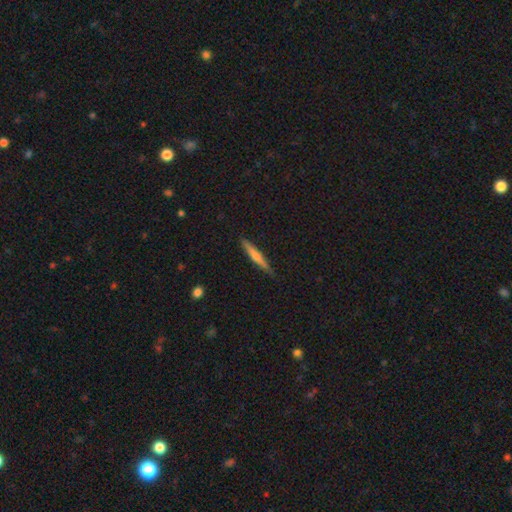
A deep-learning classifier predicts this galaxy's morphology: Smooth or featured?
  - featured or disk: 52% *
  - smooth: 42%
  - star or artifact: 6%
Edge-on disk?
  - yes: 97% *
  - no: 3%
Edge-on bulge?
  - rounded: 65% *
  - none: 28%
  - boxy: 7%
Merging?
  - none: 89% *
  - minor disturbance: 8%
  - major disturbance: 1%
  - merger: 1%